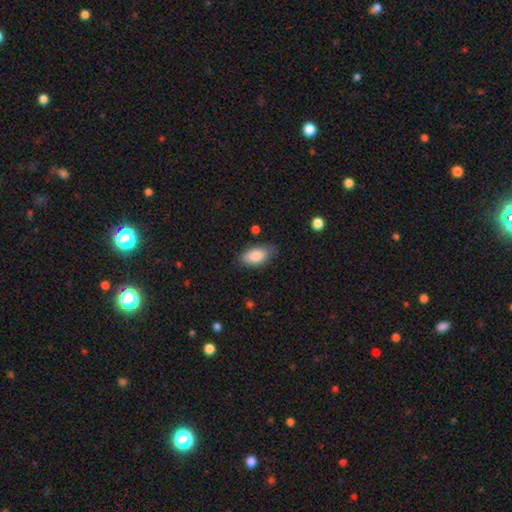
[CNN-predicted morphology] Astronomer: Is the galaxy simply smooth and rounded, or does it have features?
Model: smooth — 84%.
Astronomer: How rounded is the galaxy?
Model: in between — 91%.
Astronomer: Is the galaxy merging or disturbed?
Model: none — 76%.